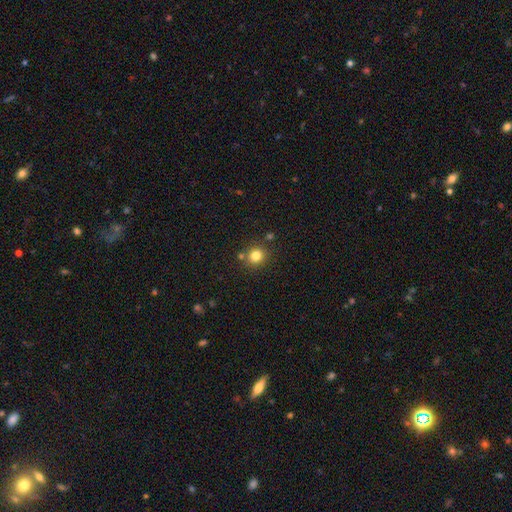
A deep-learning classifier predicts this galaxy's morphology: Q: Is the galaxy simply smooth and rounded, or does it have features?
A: smooth — 82%.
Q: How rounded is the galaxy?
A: round — 87%.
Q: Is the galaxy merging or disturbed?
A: none — 81%.